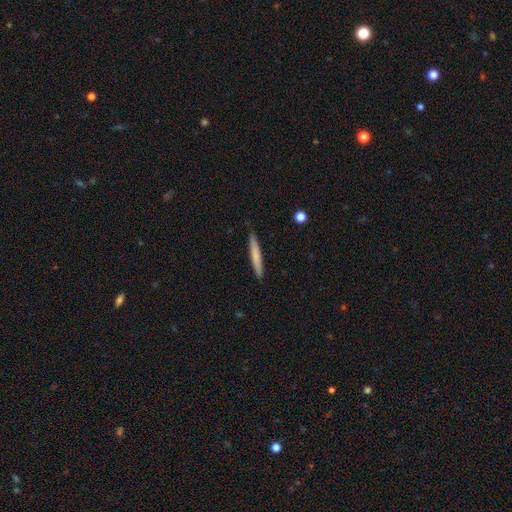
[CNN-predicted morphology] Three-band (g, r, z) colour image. It shows a smooth galaxy with no disk features (70%) that is cigar-shaped (96%). Merging: none (89%).